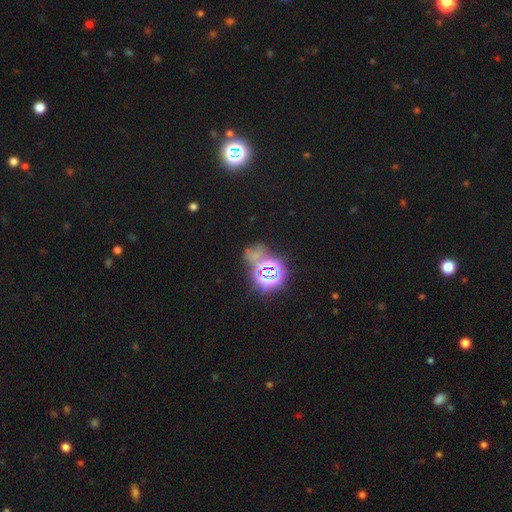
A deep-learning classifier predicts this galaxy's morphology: The model was most divided on "smooth or featured": star or artifact: 64%, smooth: 24%, featured or disk: 12%.